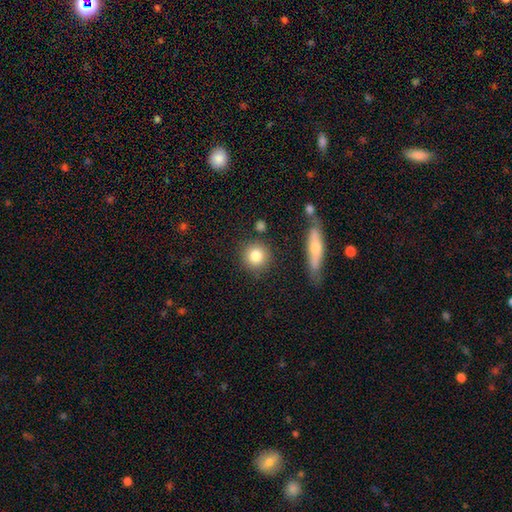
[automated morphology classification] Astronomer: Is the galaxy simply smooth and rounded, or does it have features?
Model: smooth — 82%.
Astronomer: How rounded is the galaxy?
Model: round — 91%.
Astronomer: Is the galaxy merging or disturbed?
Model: none — 83%.